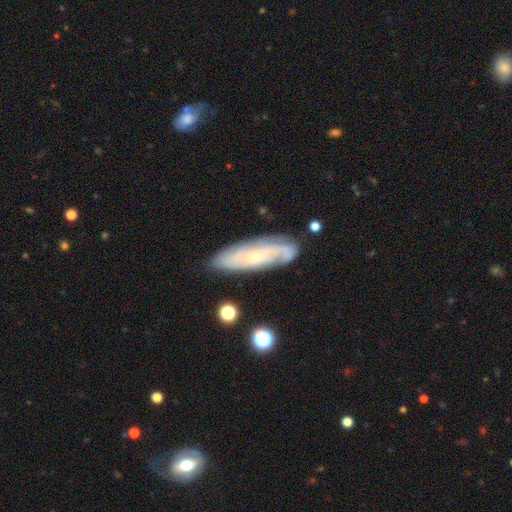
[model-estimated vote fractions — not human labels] Smooth or featured? Predicted: featured or disk (p=0.70). Edge-on disk? Predicted: no (p=0.81). Bar? Predicted: no (p=0.70). Spiral arms? Predicted: yes (p=0.89). Spiral winding? Predicted: tight (p=0.54). Spiral arm count? Predicted: can't tell (p=0.45). Bulge size? Predicted: small (p=0.76). Merging? Predicted: none (p=0.77).